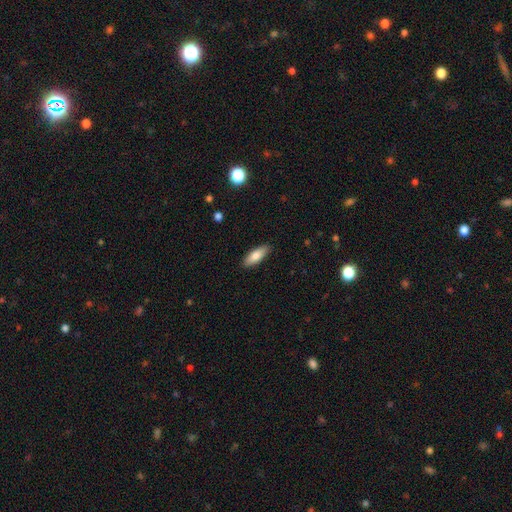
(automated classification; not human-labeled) This appears to be a smooth galaxy with no disk features (82%) that is in between round and cigar-shaped (64%). Merging: none (89%).